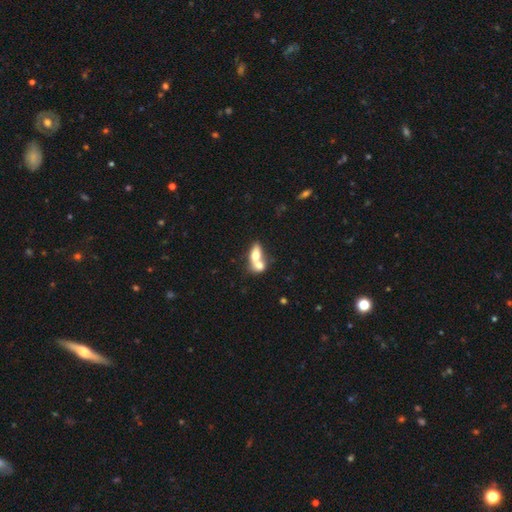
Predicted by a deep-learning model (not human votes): smooth-or-featured: smooth: 67% | featured or disk: 26% | star or artifact: 7%
  how-rounded: in between: 75% | round: 16% | cigar-shaped: 9%
  merging: merger: 74% | none: 17% | minor disturbance: 6% | major disturbance: 4%